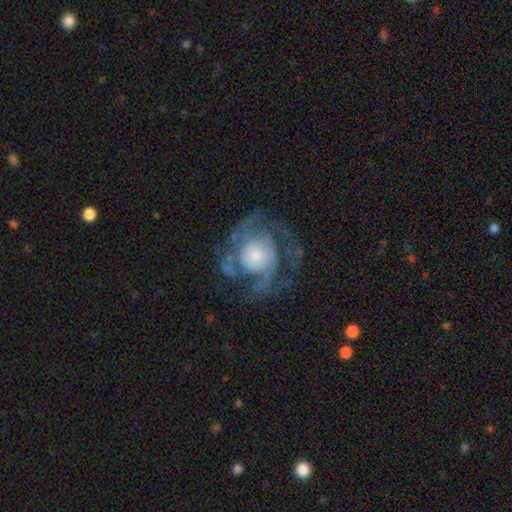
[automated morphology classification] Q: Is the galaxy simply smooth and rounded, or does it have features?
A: featured or disk — 77%.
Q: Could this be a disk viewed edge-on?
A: no — 98%.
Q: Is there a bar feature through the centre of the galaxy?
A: no — 78%.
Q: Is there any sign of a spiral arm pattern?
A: yes — 85%.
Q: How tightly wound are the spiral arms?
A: medium — 43%.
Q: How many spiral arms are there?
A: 2 — 34%.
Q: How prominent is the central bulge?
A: small — 36%.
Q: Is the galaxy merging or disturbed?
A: none — 52%.